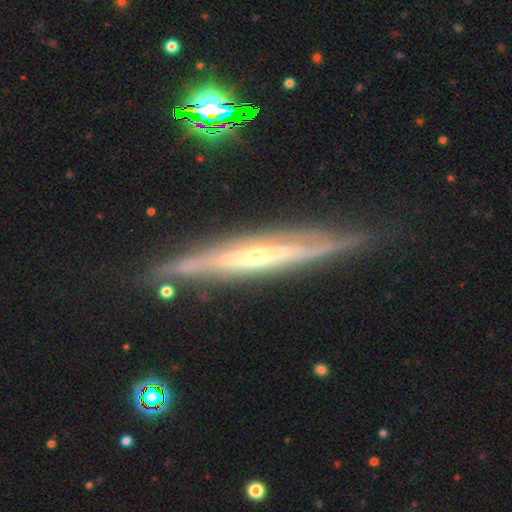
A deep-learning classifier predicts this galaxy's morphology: Q: Smooth or featured?
A: featured or disk (85%); runner-up: smooth (10%)
Q: Edge-on disk?
A: yes (87%); runner-up: no (13%)
Q: Edge-on bulge?
A: rounded (60%); runner-up: none (32%)
Q: Merging?
A: none (77%); runner-up: minor disturbance (16%)